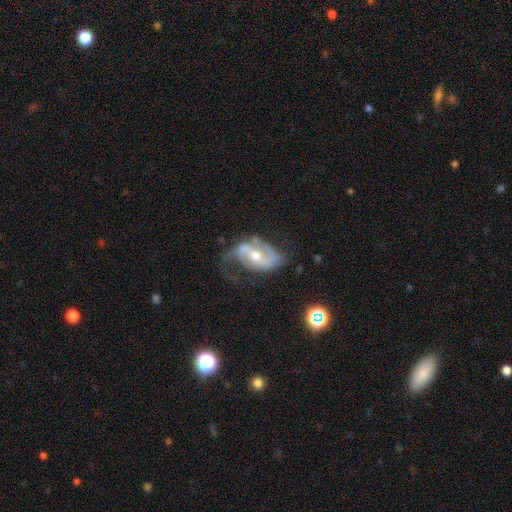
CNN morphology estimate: smooth-or-featured: featured or disk: 80% | smooth: 14% | star or artifact: 7%
  disk-edge-on: no: 95% | yes: 5%
    bar: weak: 39% | strong: 34% | no: 27%
    has-spiral-arms: yes: 87% | no: 13%
      spiral-winding: loose: 52% | medium: 35% | tight: 13%
      spiral-arm-count: 2: 80% | can't tell: 9% | 1: 7% | 3: 2% | 4: 1% | more than 4: 1%
    bulge-size: moderate: 60% | small: 35% | large: 3% | none: 1% | dominant: 1%
  merging: none: 45% | minor disturbance: 27% | major disturbance: 25% | merger: 3%